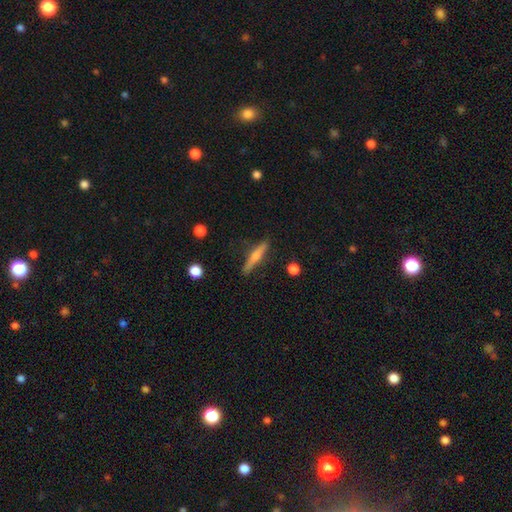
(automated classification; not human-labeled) Smooth or featured: smooth — 49% (featured or disk — 44%)
Merging: none — 85% (minor disturbance — 10%)